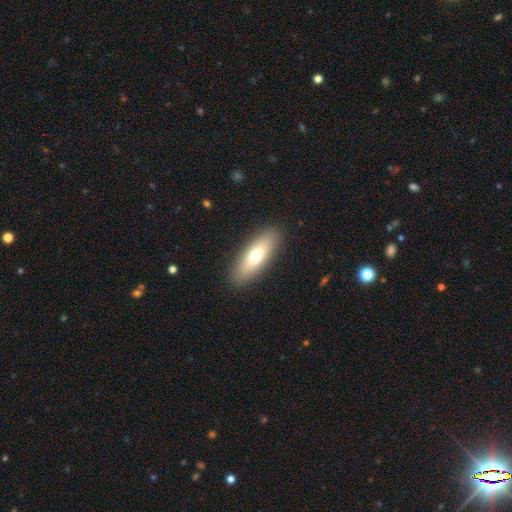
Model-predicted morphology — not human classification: This is likely a smooth galaxy (68%). How rounded: possibly in between (58%). Merging: clearly none (90%).